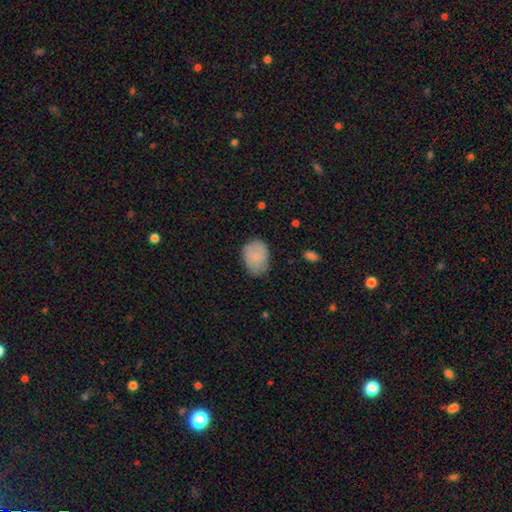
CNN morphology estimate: type=smooth (80%); roundness=in between (66%); merging=none (69%).